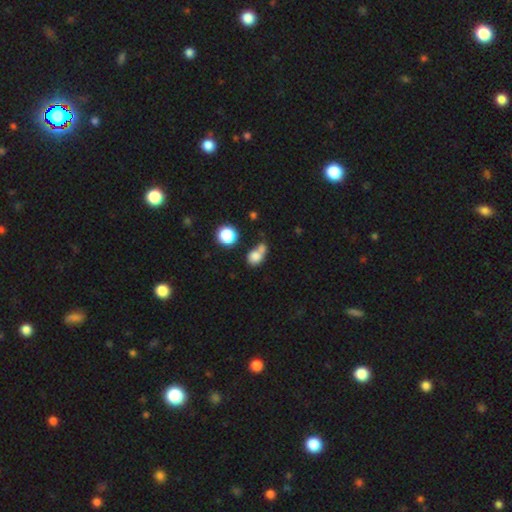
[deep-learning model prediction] Smooth or featured?
  - smooth: 78% *
  - star or artifact: 12%
  - featured or disk: 10%
How rounded?
  - round: 59% *
  - in between: 39%
  - cigar-shaped: 2%
Merging?
  - merger: 47% *
  - none: 32%
  - minor disturbance: 13%
  - major disturbance: 8%